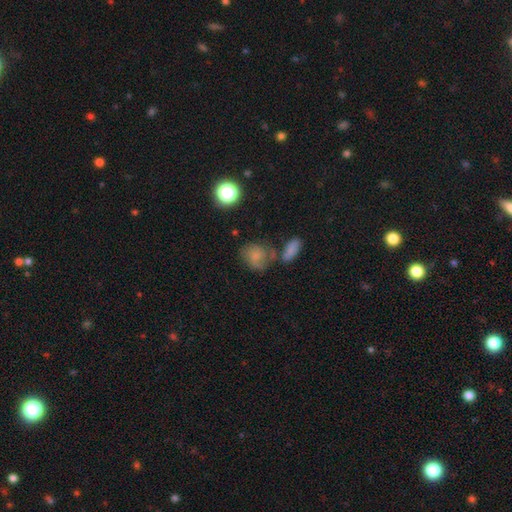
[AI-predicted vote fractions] Smooth or featured?
  - smooth: 58% *
  - featured or disk: 30%
  - star or artifact: 13%
How rounded?
  - round: 56% *
  - in between: 42%
  - cigar-shaped: 2%
Merging?
  - none: 45% *
  - minor disturbance: 21%
  - merger: 21%
  - major disturbance: 14%